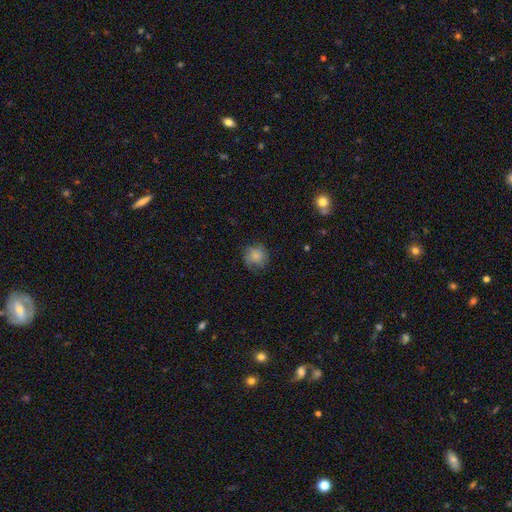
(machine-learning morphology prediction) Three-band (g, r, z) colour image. It shows a smooth galaxy with no disk features (74%) that is round (84%). Merging: none (63%).